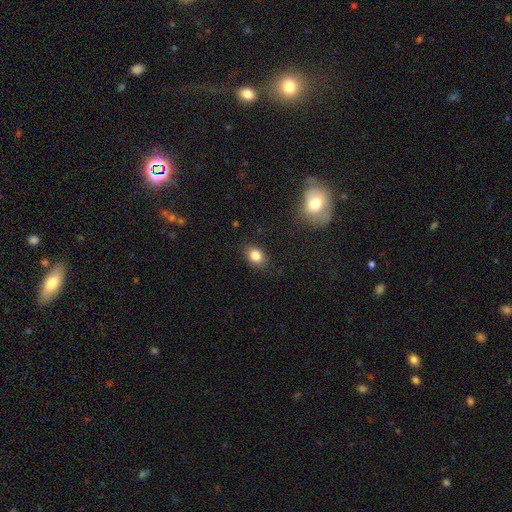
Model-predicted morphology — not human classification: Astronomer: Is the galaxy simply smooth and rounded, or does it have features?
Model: smooth — 83%.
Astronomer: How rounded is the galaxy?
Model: in between — 65%.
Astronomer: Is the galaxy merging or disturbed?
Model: none — 85%.